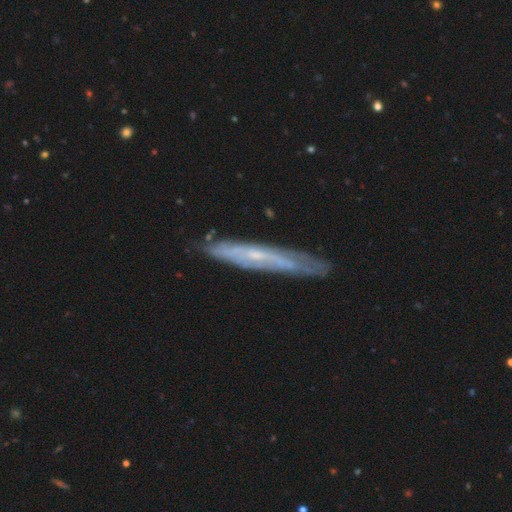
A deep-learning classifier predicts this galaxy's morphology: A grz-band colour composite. It shows a featured or disk galaxy (70%) viewed edge-on (64%). Merging: none (79%).